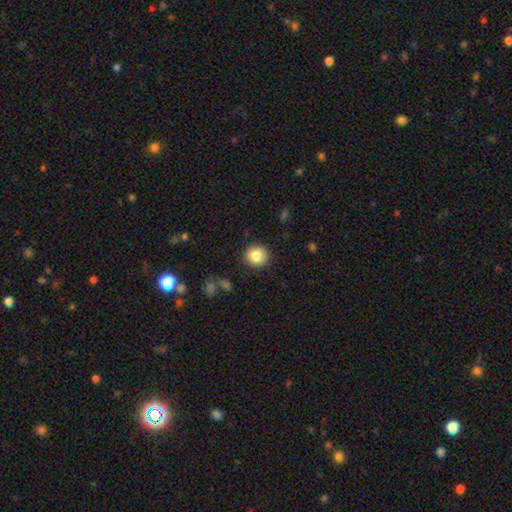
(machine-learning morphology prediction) type=smooth (84%); roundness=round (92%); merging=none (90%).